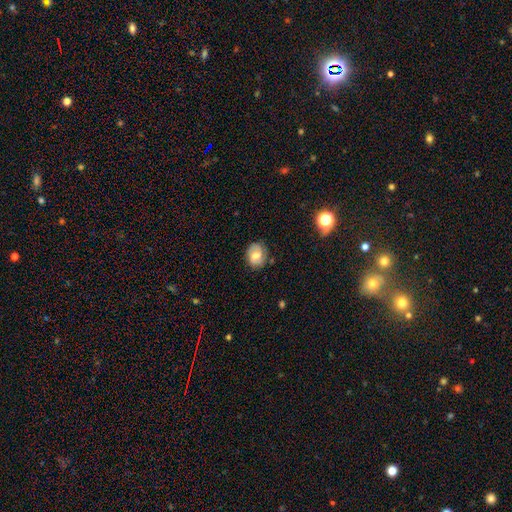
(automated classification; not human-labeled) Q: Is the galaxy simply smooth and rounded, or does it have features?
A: smooth — 52%.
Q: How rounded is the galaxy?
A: round — 54%.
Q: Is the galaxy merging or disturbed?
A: none — 77%.